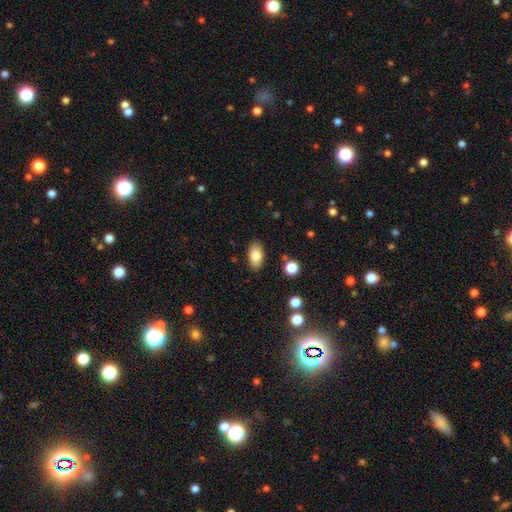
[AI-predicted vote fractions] smooth 84%, featured or disk 8%, star or artifact 8%. Down the decision tree: how rounded — in between (93%); merging — none (86%).